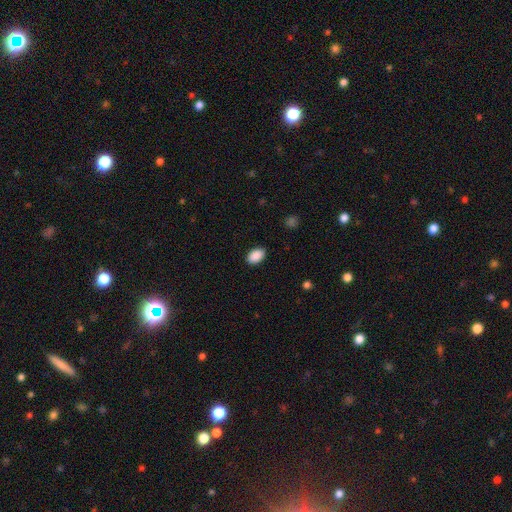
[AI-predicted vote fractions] Morphology: type=smooth (90%); roundness=in between (90%); merging=none (88%).